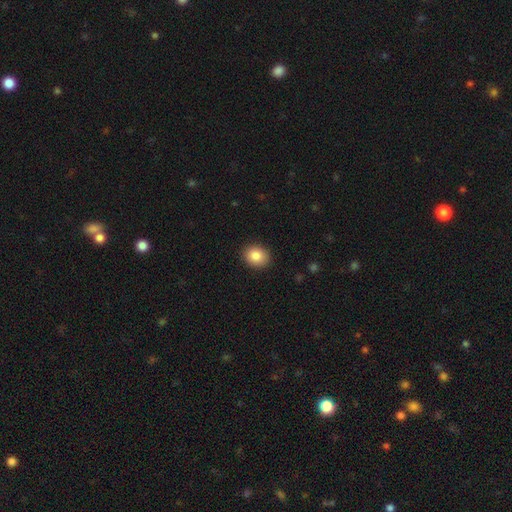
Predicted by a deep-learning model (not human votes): smooth_or_featured: smooth (p=0.86) [alt: star or artifact p=0.09]
how_rounded: round (p=0.60) [alt: in between p=0.39]
merging: none (p=0.90) [alt: minor disturbance p=0.07]